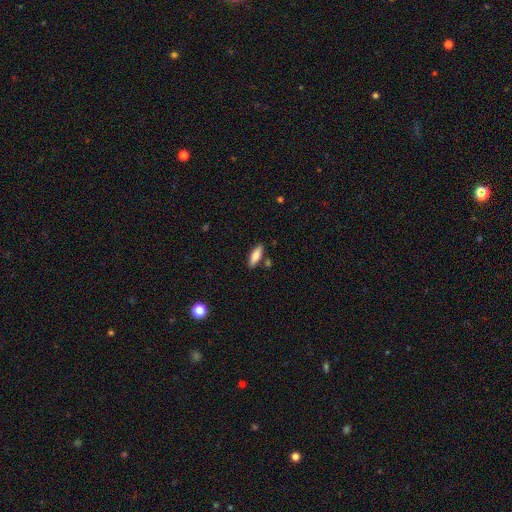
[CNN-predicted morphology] A smooth galaxy with no disk features (84%) that is in between round and cigar-shaped (61%). Merging: none (82%).